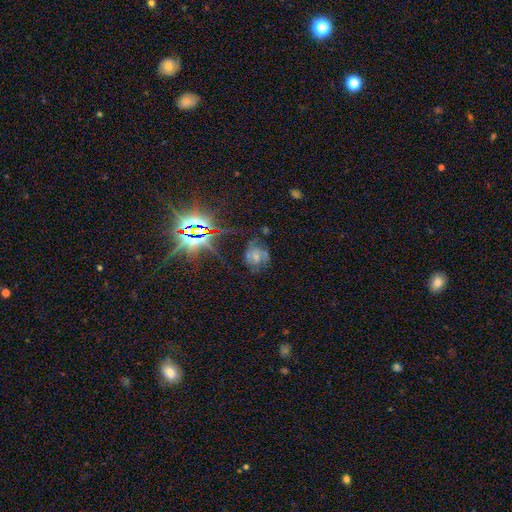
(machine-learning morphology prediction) Overall: featured or disk (49%; smooth 28%). Merging: none (54%; minor disturbance 23%).